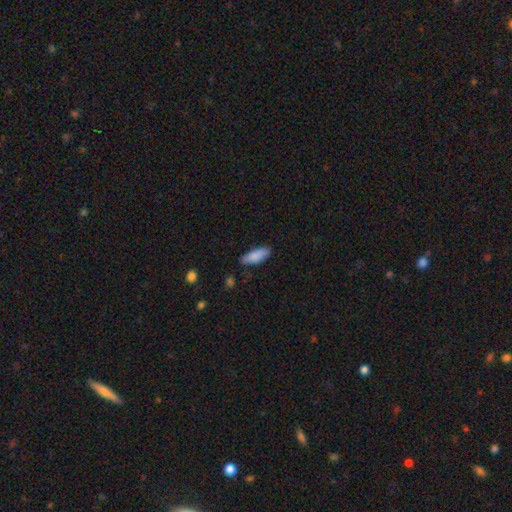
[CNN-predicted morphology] type=smooth (85%); roundness=in between (64%); merging=none (80%).